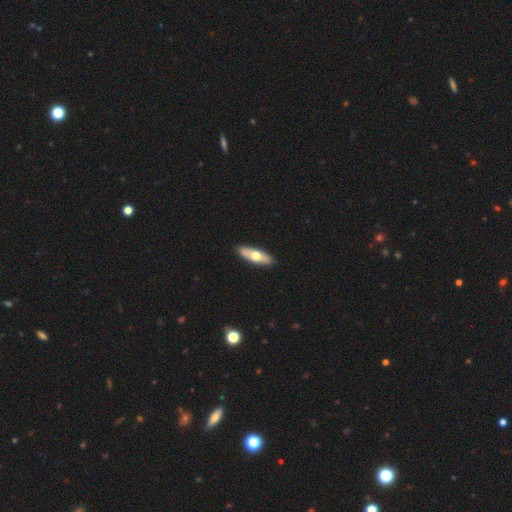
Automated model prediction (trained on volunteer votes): smooth_or_featured: smooth (p=0.54) [alt: featured or disk p=0.41]
how_rounded: in between (p=0.54) [alt: cigar-shaped p=0.44]
merging: none (p=0.89) [alt: minor disturbance p=0.08]